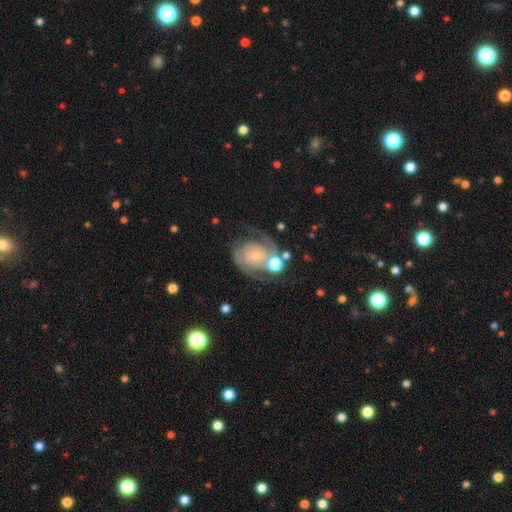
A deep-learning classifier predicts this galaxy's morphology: A featured or disk galaxy (82%) with no bar (70%), 2 (83%) medium (44%) spiral arms (95%) and a small central bulge (64%). Merging: none (60%).